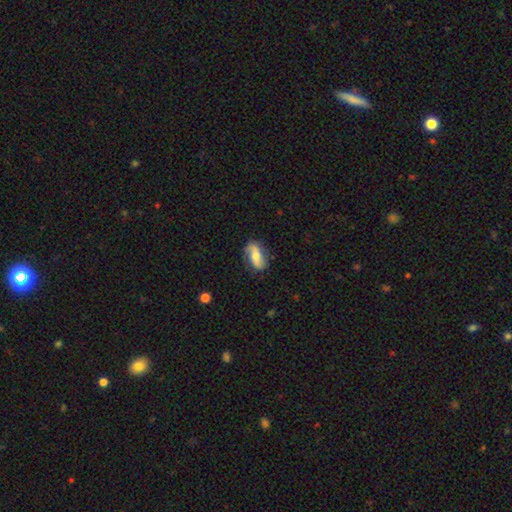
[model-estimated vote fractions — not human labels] This appears to be a featured or disk galaxy (59%) with no bar (50%), spiral arms (86%) and a moderate central bulge (61%). Merging: none (74%).